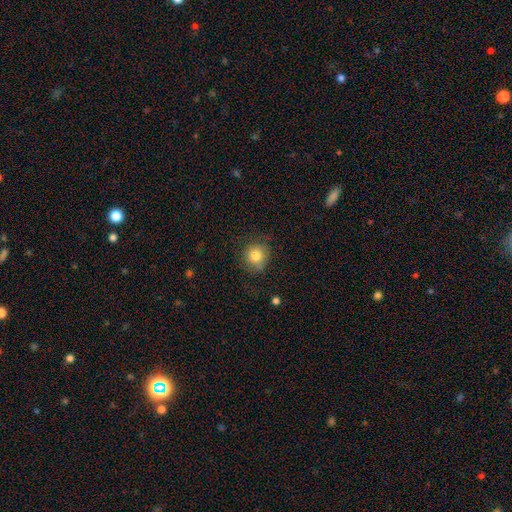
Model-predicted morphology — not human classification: Smooth or featured?
  - smooth: 80% *
  - star or artifact: 11%
  - featured or disk: 9%
How rounded?
  - round: 86% *
  - in between: 13%
  - cigar-shaped: 1%
Merging?
  - none: 74% *
  - minor disturbance: 18%
  - major disturbance: 5%
  - merger: 2%